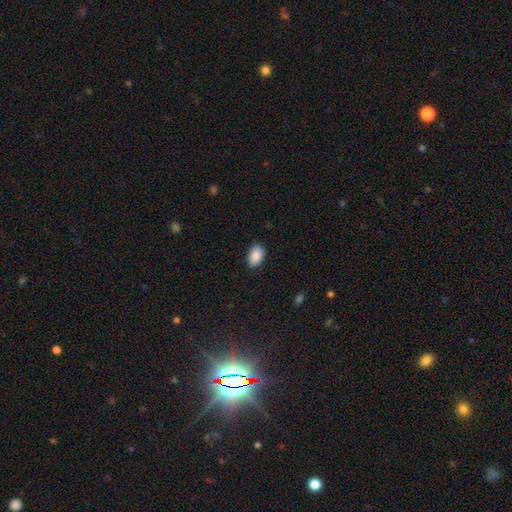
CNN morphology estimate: smooth_or_featured: smooth (p=0.89) [alt: star or artifact p=0.07]
how_rounded: in between (p=0.90) [alt: round p=0.09]
merging: none (p=0.83) [alt: minor disturbance p=0.14]